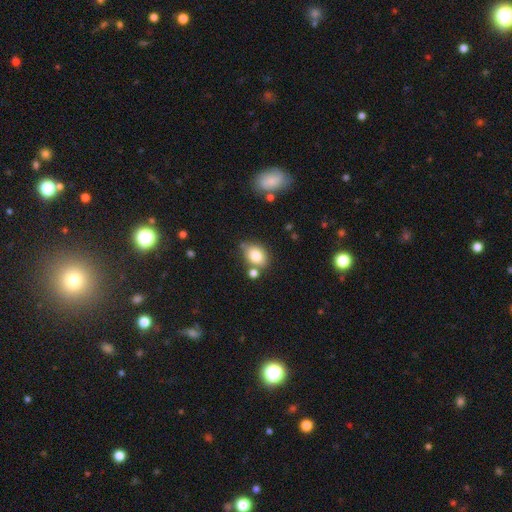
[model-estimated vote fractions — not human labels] The model was most divided on "how rounded": in between: 71%, round: 27%, cigar-shaped: 1%. More confident: smooth or featured — smooth (81%); merging — none (65%).